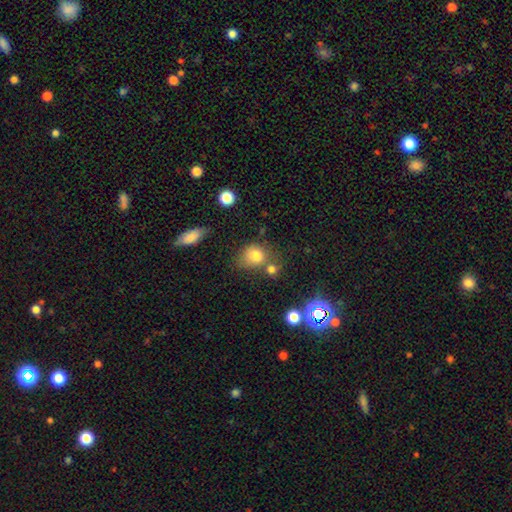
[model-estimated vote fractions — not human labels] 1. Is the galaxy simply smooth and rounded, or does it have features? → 77% smooth, 13% star or artifact, 10% featured or disk.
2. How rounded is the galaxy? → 64% round, 34% in between, 1% cigar-shaped.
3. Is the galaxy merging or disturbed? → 50% none, 23% merger, 19% minor disturbance, 8% major disturbance.